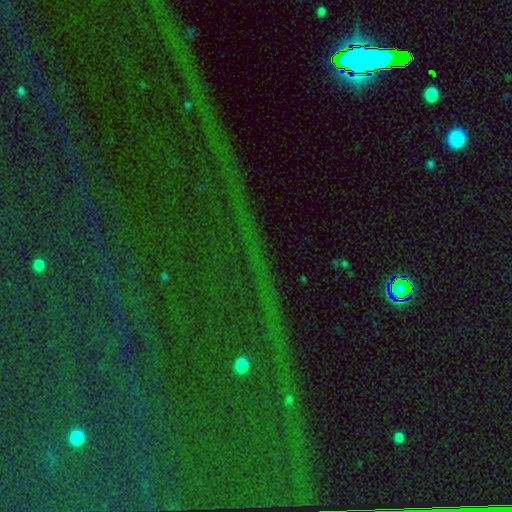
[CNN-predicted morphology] A star or artifact, not a galaxy (82%).